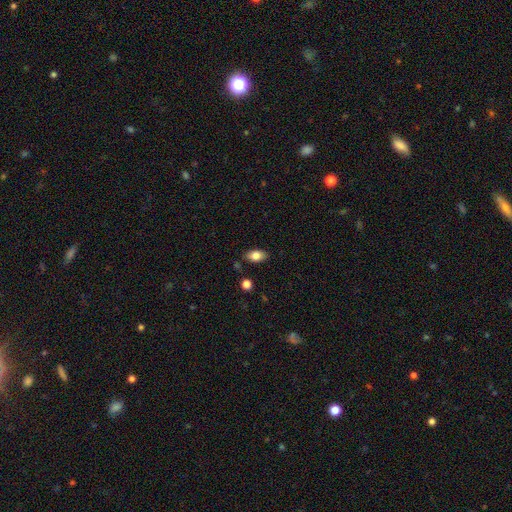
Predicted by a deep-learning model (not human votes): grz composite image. It shows a smooth galaxy with no disk features (80%) that is in between round and cigar-shaped (89%). Merging: none (82%).